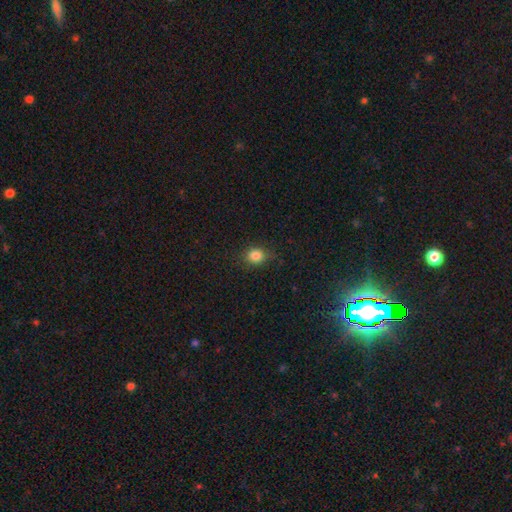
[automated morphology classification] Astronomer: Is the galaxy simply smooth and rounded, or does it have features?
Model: smooth — 83%.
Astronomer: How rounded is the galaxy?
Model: round — 69%.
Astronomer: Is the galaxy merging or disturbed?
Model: none — 81%.